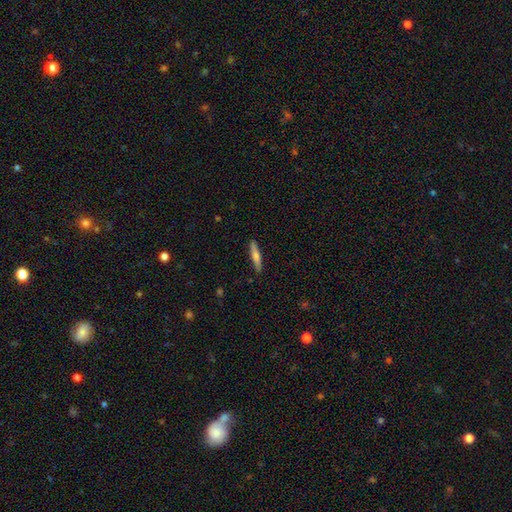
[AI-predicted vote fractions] A smooth galaxy with no disk features (55%) that is cigar-shaped (89%). Merging: none (90%).